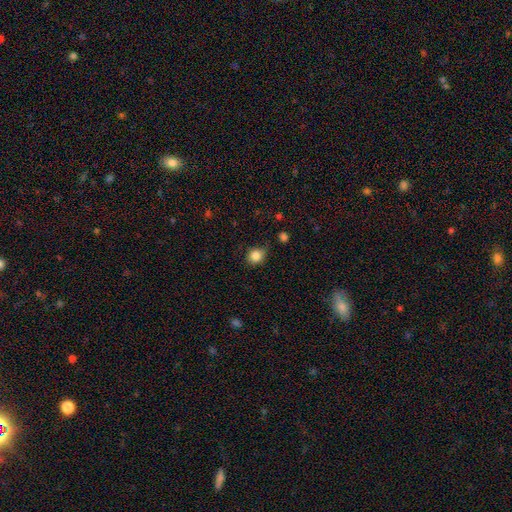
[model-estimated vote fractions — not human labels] Morphology: type=smooth (84%); roundness=round (78%); merging=none (67%).